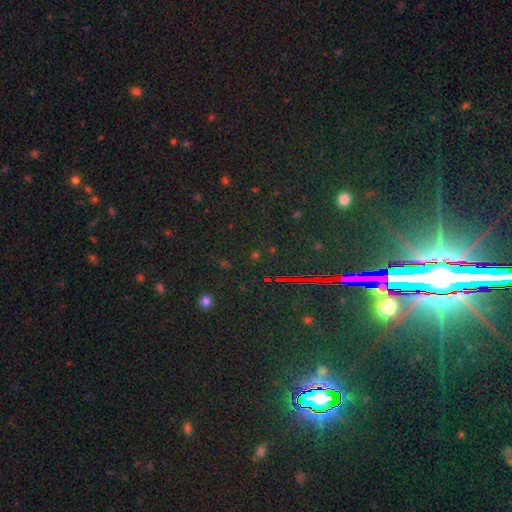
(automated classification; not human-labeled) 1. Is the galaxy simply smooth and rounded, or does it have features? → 74% star or artifact, 17% smooth, 9% featured or disk.